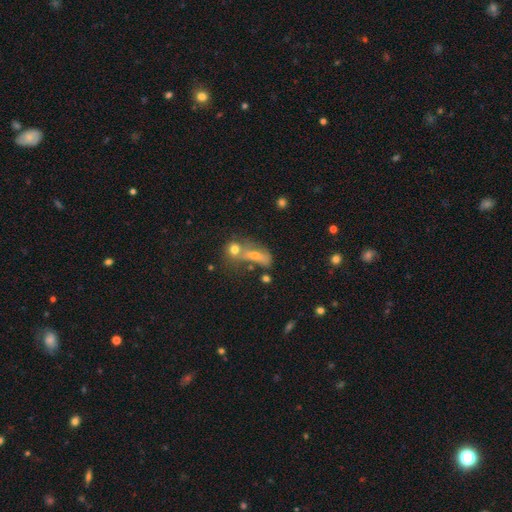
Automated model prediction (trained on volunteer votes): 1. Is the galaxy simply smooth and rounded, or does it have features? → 61% smooth, 25% featured or disk, 14% star or artifact.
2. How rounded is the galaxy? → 61% in between, 23% cigar-shaped, 16% round.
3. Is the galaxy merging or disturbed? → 46% merger, 28% none, 13% minor disturbance, 13% major disturbance.